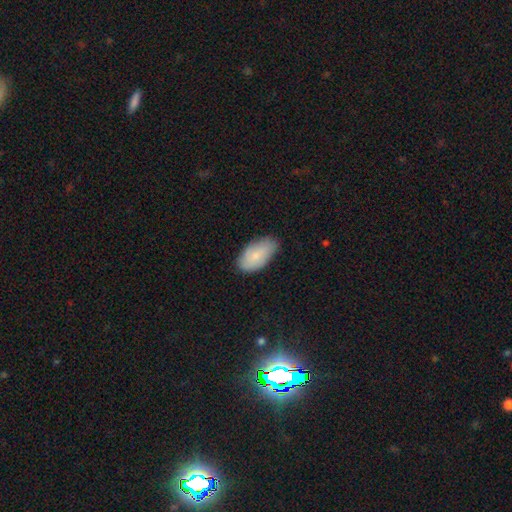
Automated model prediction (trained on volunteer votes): smooth_or_featured: smooth (p=0.77) [alt: featured or disk p=0.17]
how_rounded: in between (p=0.94) [alt: round p=0.03]
merging: none (p=0.74) [alt: minor disturbance p=0.22]